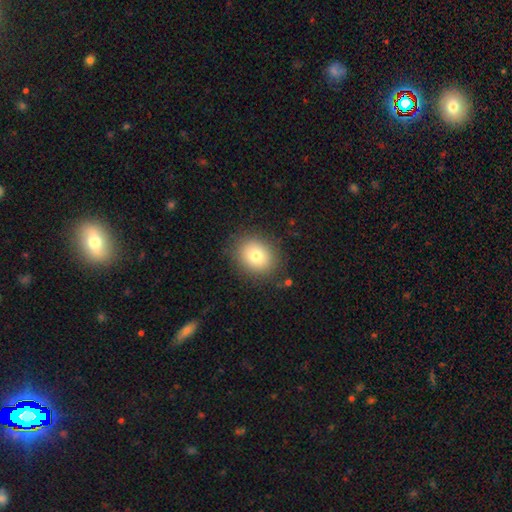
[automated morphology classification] A smooth galaxy with no disk features (78%) that is round (65%). Merging: none (86%).